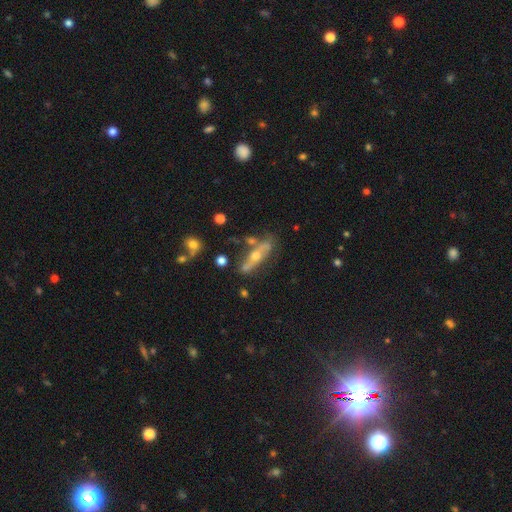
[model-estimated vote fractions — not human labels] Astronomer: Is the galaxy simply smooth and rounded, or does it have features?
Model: featured or disk — 65%.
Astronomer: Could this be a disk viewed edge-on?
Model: yes — 73%.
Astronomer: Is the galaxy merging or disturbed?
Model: none — 64%.